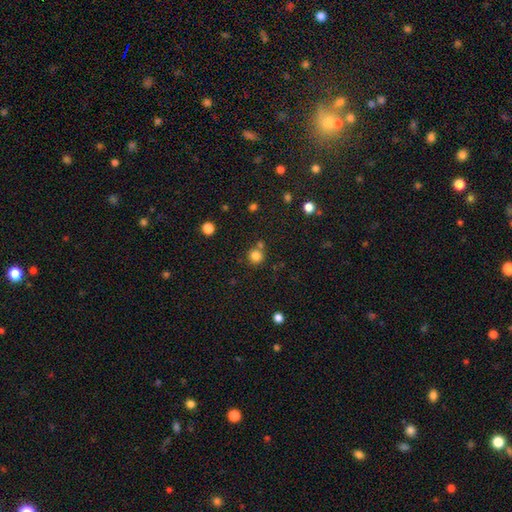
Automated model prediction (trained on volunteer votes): smooth-or-featured: smooth: 81% | star or artifact: 13% | featured or disk: 5%
  how-rounded: round: 92% | in between: 7% | cigar-shaped: 1%
  merging: none: 71% | merger: 18% | minor disturbance: 9% | major disturbance: 3%